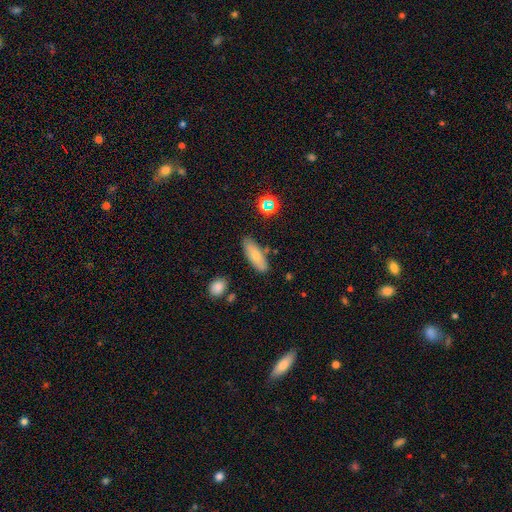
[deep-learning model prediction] A smooth galaxy with no disk features (73%) that is in between round and cigar-shaped (63%).

Vote fractions:
- Smooth or featured? smooth: 73% / featured or disk: 19% / star or artifact: 9%
- How rounded? in between: 63% / cigar-shaped: 35% / round: 2%
- Merging? none: 81% / minor disturbance: 13% / merger: 4% / major disturbance: 3%